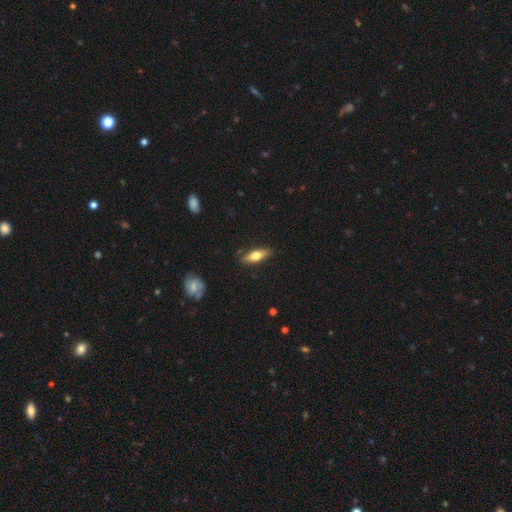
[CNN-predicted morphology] A smooth galaxy with no disk features (63%) that is in between round and cigar-shaped (57%).

Vote fractions:
- Smooth or featured? smooth: 63% / featured or disk: 31% / star or artifact: 6%
- How rounded? in between: 57% / cigar-shaped: 40% / round: 3%
- Merging? none: 84% / minor disturbance: 12% / major disturbance: 2% / merger: 1%